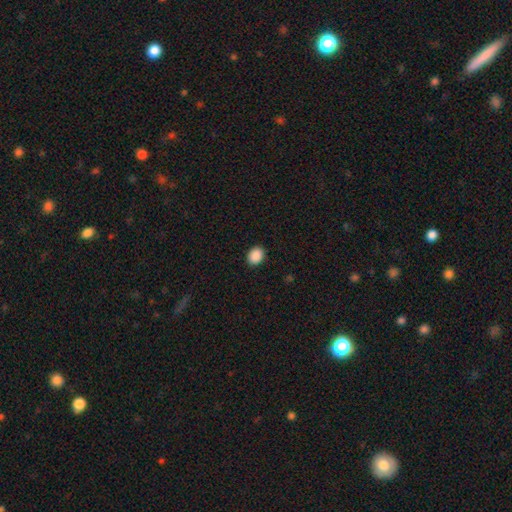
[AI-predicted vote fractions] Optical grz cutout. It shows a smooth galaxy with no disk features (90%) that is in between round and cigar-shaped (53%). Merging: none (90%).